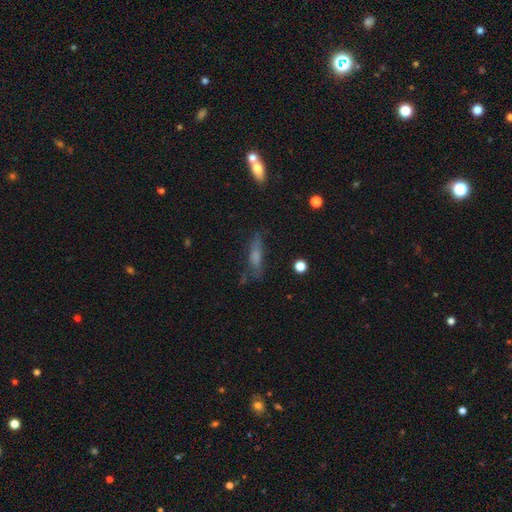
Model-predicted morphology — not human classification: smooth_or_featured: smooth (p=0.58) [alt: featured or disk p=0.30]
how_rounded: cigar-shaped (p=0.64) [alt: in between p=0.33]
merging: none (p=0.59) [alt: minor disturbance p=0.25]